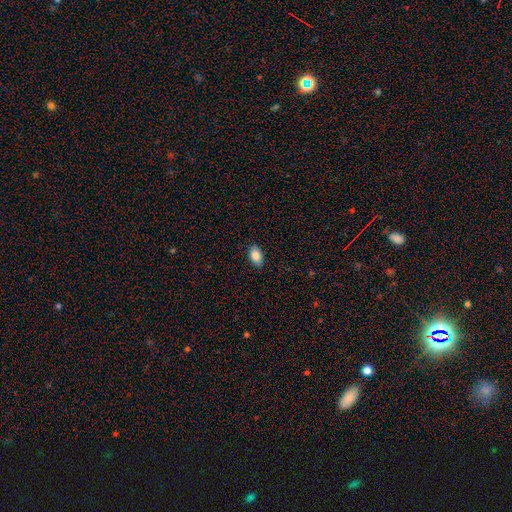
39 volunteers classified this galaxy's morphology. type=smooth (97%); roundness=in between (89%); merging=none (79%).